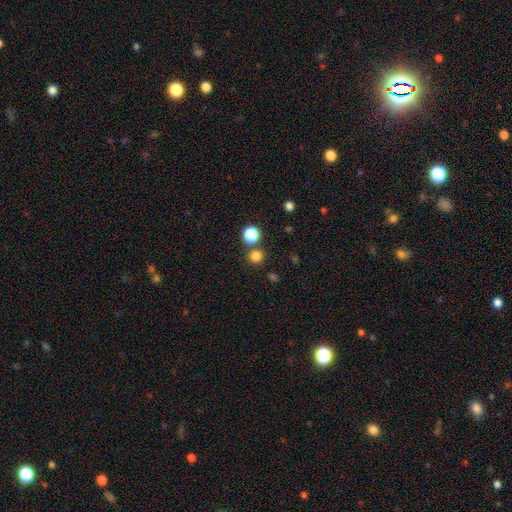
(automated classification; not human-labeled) Overall: smooth (79%). How rounded: round (91%). Merging: none (78%).